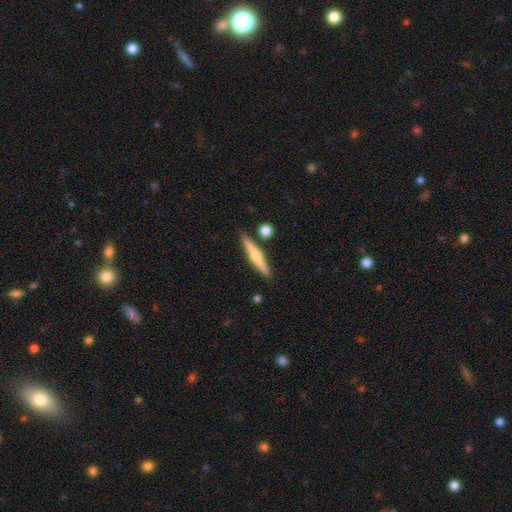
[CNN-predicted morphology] Smooth or featured? Predicted: featured or disk (p=0.58). Edge-on disk? Predicted: yes (p=0.96). Edge-on bulge? Predicted: rounded (p=0.88). Merging? Predicted: none (p=0.85).